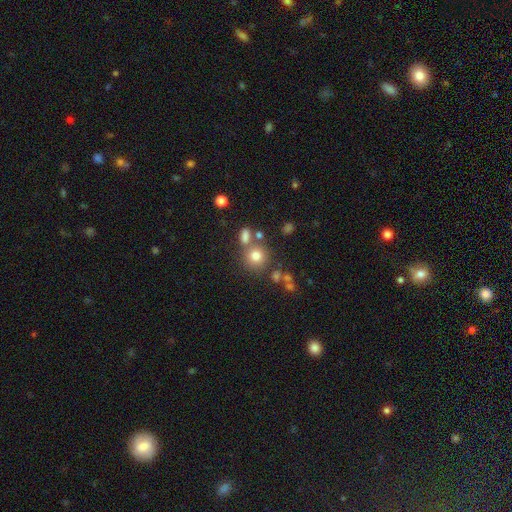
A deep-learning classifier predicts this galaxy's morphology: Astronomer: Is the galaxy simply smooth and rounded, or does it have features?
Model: smooth — 75%.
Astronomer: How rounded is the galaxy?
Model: round — 87%.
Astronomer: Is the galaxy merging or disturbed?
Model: none — 67%.